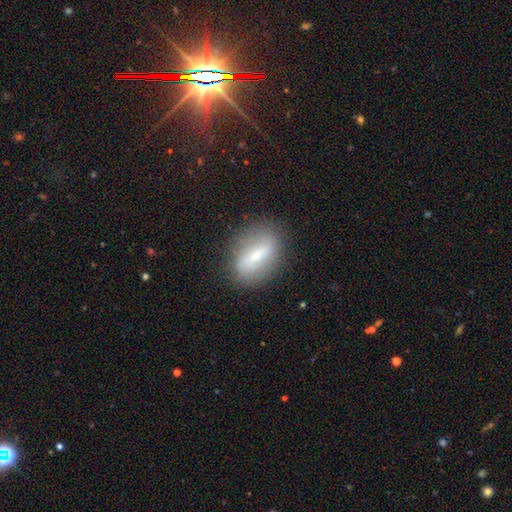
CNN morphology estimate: smooth_or_featured: smooth (p=0.47) [alt: featured or disk p=0.43]
merging: none (p=0.83) [alt: minor disturbance p=0.11]